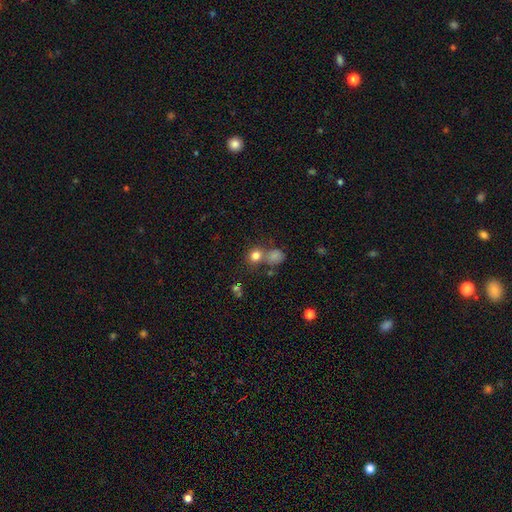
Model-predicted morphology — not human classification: Smooth or featured: smooth — 79% (star or artifact — 13%)
How rounded: round — 83% (in between — 16%)
Merging: none — 57% (merger — 29%)